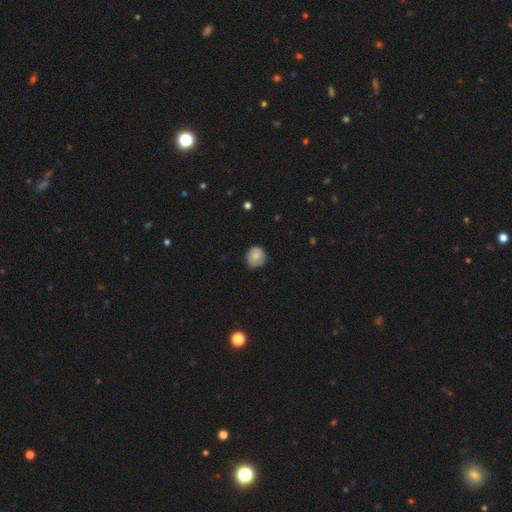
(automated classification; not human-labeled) smooth 76%, featured or disk 16%, star or artifact 8%. Down the decision tree: how rounded — round (82%); merging — none (77%).